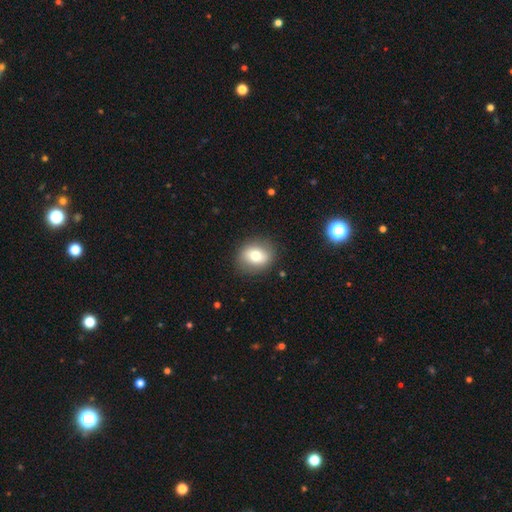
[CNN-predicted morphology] smooth_or_featured: smooth (p=0.73) [alt: featured or disk p=0.18]
how_rounded: round (p=0.58) [alt: in between p=0.41]
merging: none (p=0.86) [alt: minor disturbance p=0.10]